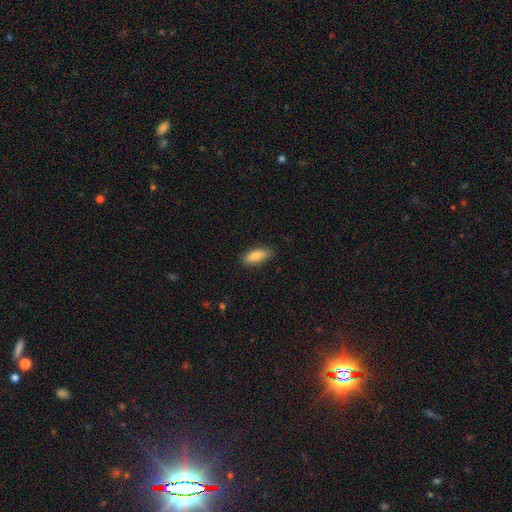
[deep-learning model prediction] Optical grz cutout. It shows a smooth galaxy with no disk features (84%) that is in between round and cigar-shaped (64%). Merging: none (85%).